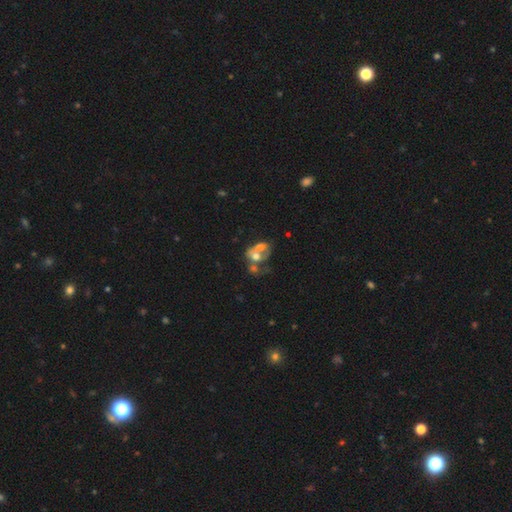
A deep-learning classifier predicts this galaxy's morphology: This is possibly a smooth galaxy (46%). Merging: likely merger (69%).